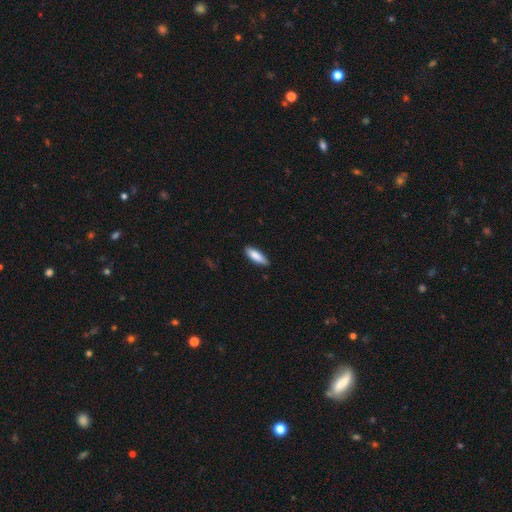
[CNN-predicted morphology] A smooth galaxy with no disk features (86%) that is cigar-shaped (52%). Merging: none (84%).